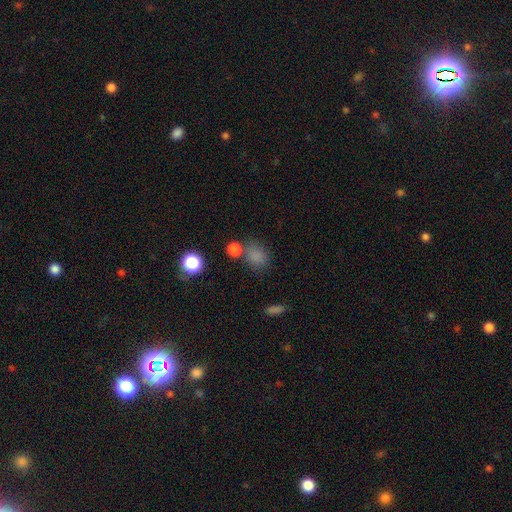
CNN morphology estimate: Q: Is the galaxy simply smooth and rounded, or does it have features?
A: smooth — 80%.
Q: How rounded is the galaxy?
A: round — 55%.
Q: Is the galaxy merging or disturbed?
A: none — 63%.